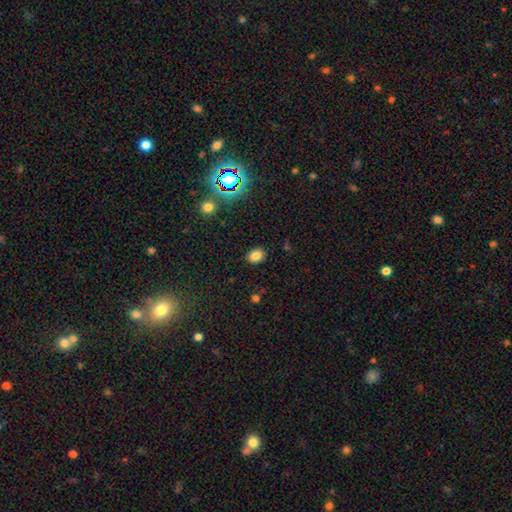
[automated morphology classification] Overall: smooth (80%). How rounded: in between (62%; round 37%). Merging: none (88%).